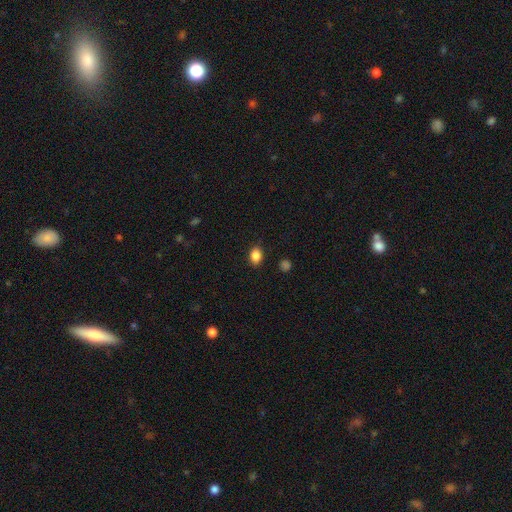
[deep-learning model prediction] A smooth galaxy with no disk features (87%) that is in between round and cigar-shaped (70%).

Vote fractions:
- Smooth or featured? smooth: 87% / star or artifact: 10% / featured or disk: 4%
- How rounded? in between: 70% / round: 28% / cigar-shaped: 1%
- Merging? none: 87% / minor disturbance: 9% / major disturbance: 3% / merger: 1%